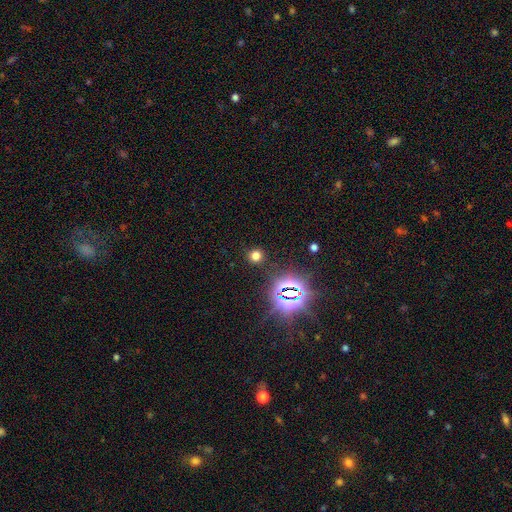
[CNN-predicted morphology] This appears to be a smooth galaxy with no disk features (66%) that is round (90%). Merging: none (88%).